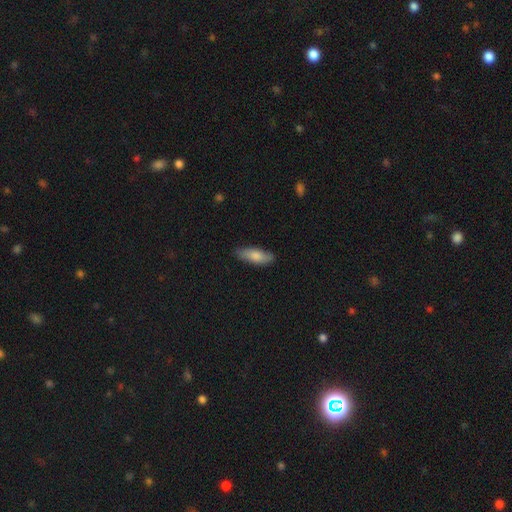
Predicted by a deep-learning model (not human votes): smooth_or_featured: smooth (p=0.78) [alt: featured or disk p=0.16]
how_rounded: in between (p=0.64) [alt: cigar-shaped p=0.34]
merging: none (p=0.80) [alt: minor disturbance p=0.16]